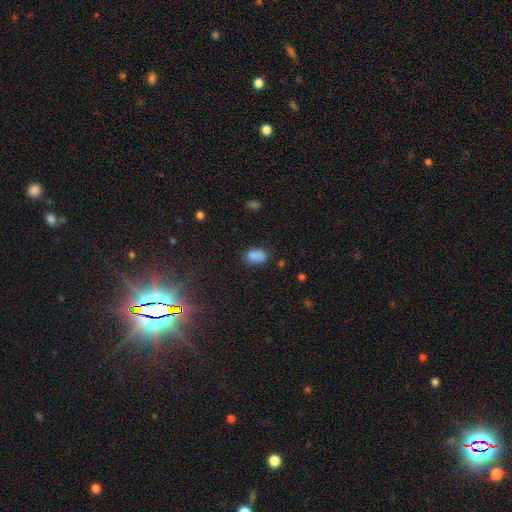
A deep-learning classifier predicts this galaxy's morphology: This is clearly a smooth galaxy (83%). How rounded: clearly in between (87%). Merging: likely none (69%).